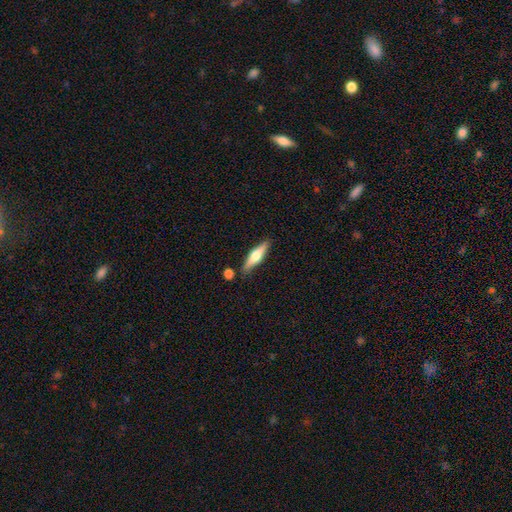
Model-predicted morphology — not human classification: smooth-or-featured: featured or disk: 48% | smooth: 46% | star or artifact: 6%
  merging: none: 81% | minor disturbance: 11% | merger: 5% | major disturbance: 3%